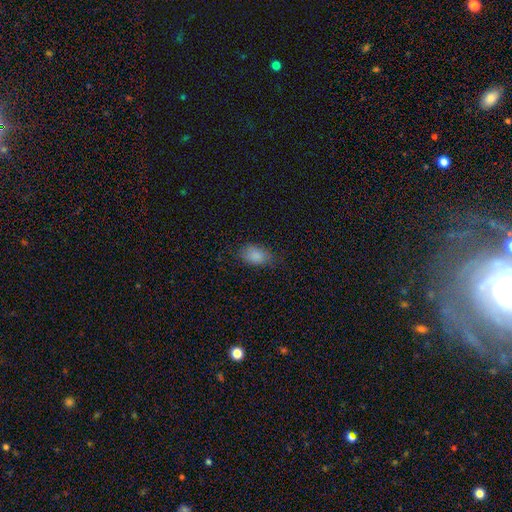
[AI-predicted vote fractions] Q: Smooth or featured?
A: smooth (86%); runner-up: star or artifact (9%)
Q: How rounded?
A: in between (89%); runner-up: round (9%)
Q: Merging?
A: none (72%); runner-up: minor disturbance (21%)